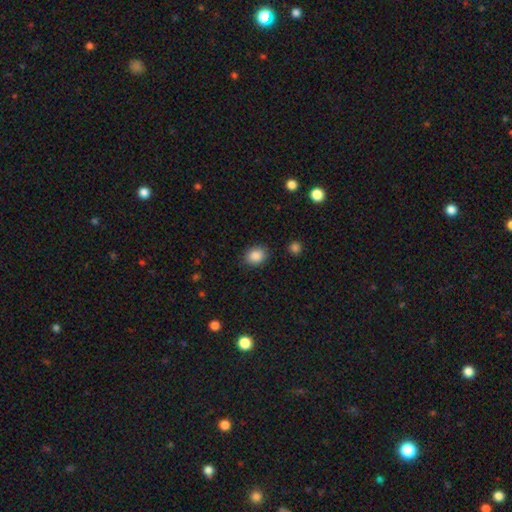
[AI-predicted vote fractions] A smooth galaxy with no disk features (87%) that is in between round and cigar-shaped (53%). Merging: none (86%).